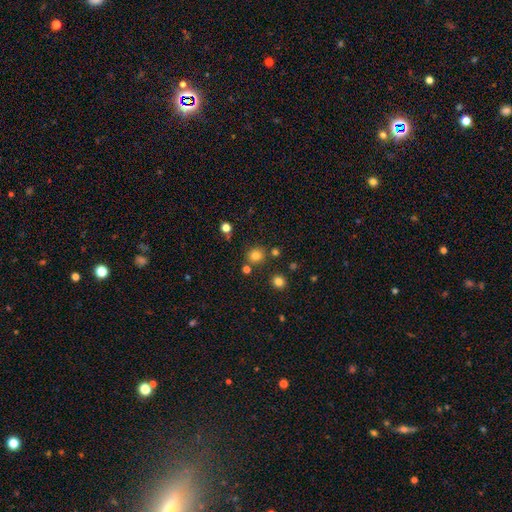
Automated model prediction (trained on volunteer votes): This is likely a smooth galaxy (79%). How rounded: clearly round (88%). Merging: clearly none (81%).